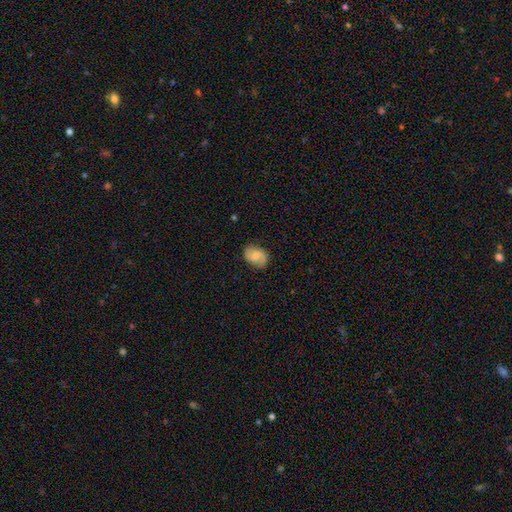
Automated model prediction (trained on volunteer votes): smooth-or-featured: smooth: 55% | featured or disk: 37% | star or artifact: 8%
  how-rounded: in between: 75% | round: 23% | cigar-shaped: 1%
  merging: none: 77% | minor disturbance: 18% | major disturbance: 4% | merger: 1%